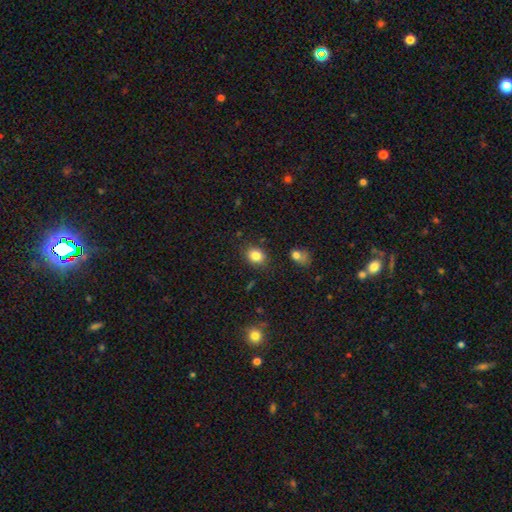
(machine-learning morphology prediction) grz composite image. It shows a smooth galaxy with no disk features (83%) that is round (51%). Merging: none (82%).